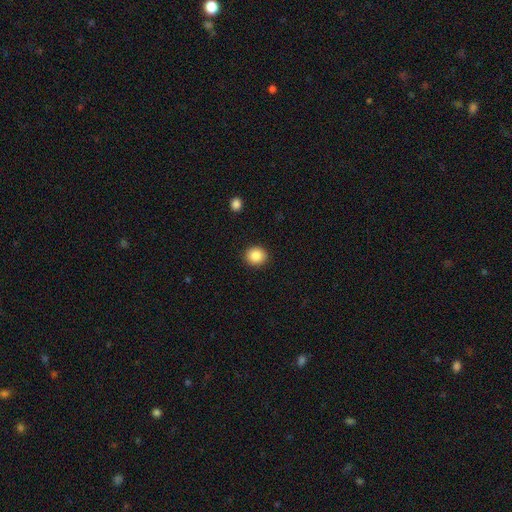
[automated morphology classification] This is clearly a smooth galaxy (87%). How rounded: clearly round (85%). Merging: clearly none (91%).